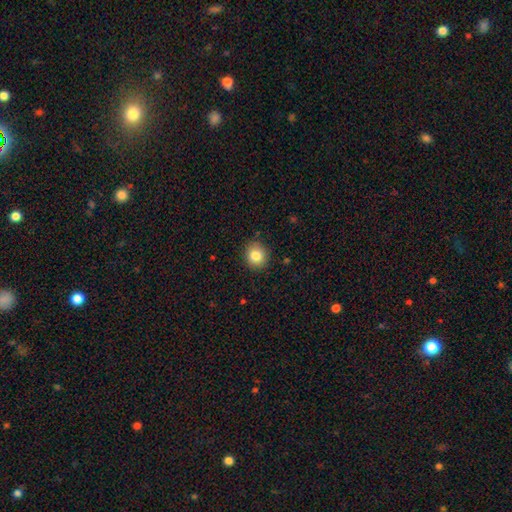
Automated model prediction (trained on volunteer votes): This is clearly a smooth galaxy (83%). How rounded: likely round (80%). Merging: clearly none (88%).